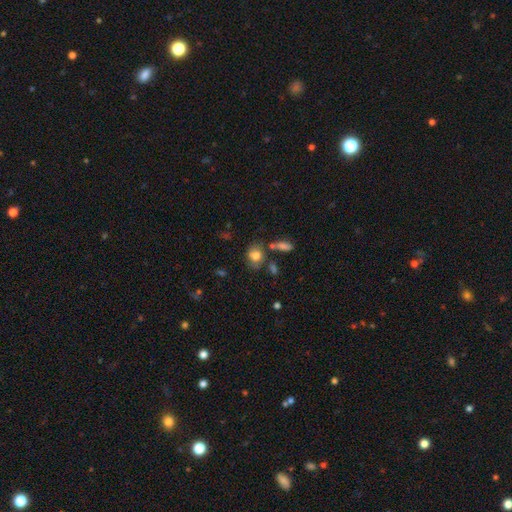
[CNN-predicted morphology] smooth_or_featured: smooth (p=0.74) [alt: featured or disk p=0.16]
how_rounded: round (p=0.52) [alt: in between p=0.46]
merging: none (p=0.58) [alt: minor disturbance p=0.21]